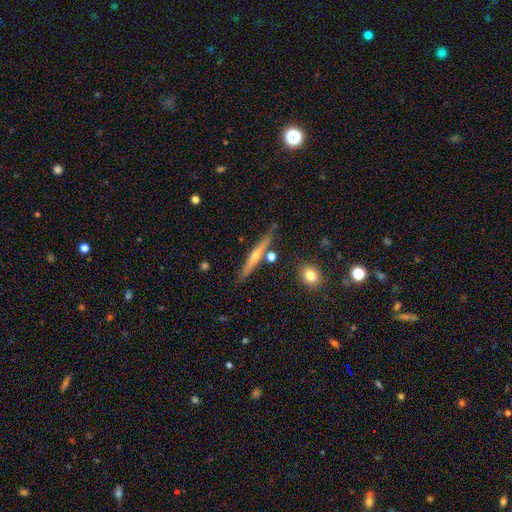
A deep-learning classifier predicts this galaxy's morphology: Smooth or featured: featured or disk — 66% (smooth — 27%)
Edge-on disk: yes — 97% (no — 3%)
Edge-on bulge: rounded — 71% (none — 24%)
Merging: none — 84% (minor disturbance — 10%)